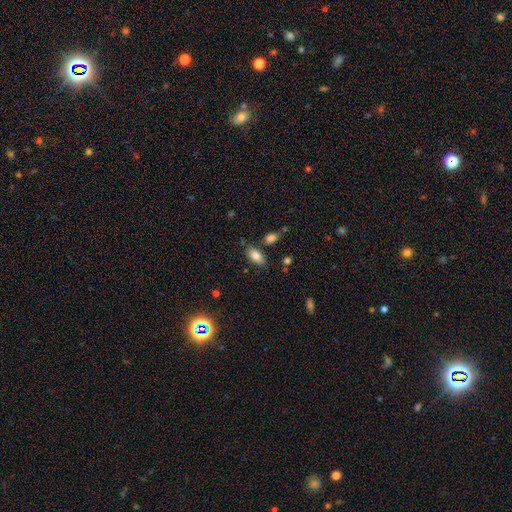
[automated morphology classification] This is clearly a smooth galaxy (82%). How rounded: clearly in between (91%). Merging: likely none (77%).